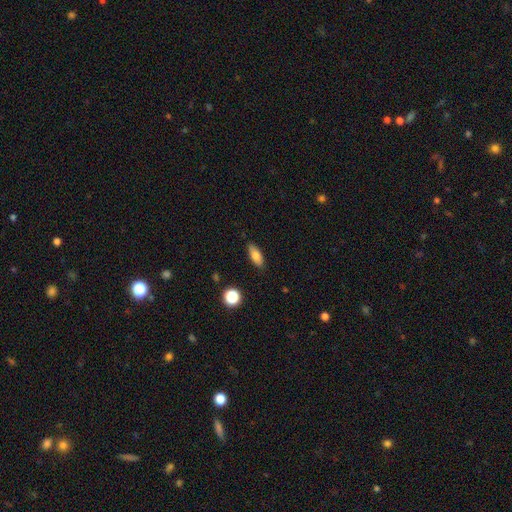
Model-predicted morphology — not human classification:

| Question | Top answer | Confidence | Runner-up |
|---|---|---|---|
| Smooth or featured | smooth | 78% | featured or disk (13%) |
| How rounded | in between | 73% | cigar-shaped (23%) |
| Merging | none | 85% | minor disturbance (11%) |